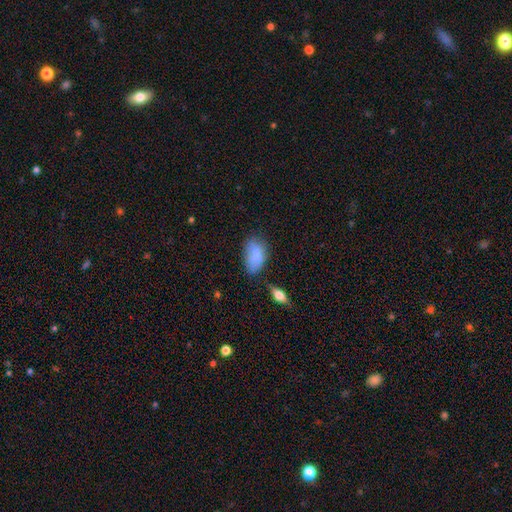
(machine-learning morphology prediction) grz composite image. It shows a smooth galaxy with no disk features (80%) that is in between round and cigar-shaped (92%). Merging: none (50%).